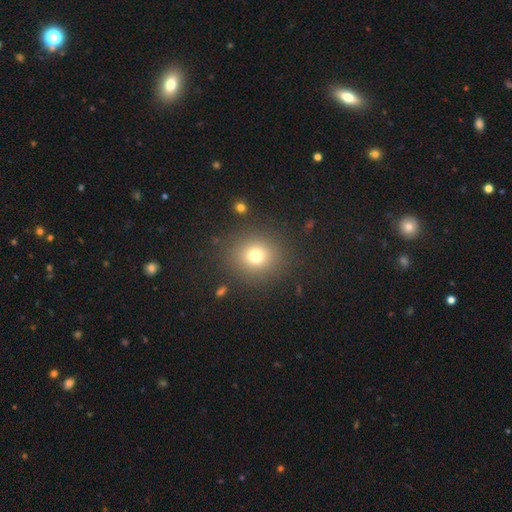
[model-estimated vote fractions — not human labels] Q: Smooth or featured?
A: smooth (74%); runner-up: star or artifact (17%)
Q: How rounded?
A: round (85%); runner-up: in between (14%)
Q: Merging?
A: none (87%); runner-up: minor disturbance (7%)